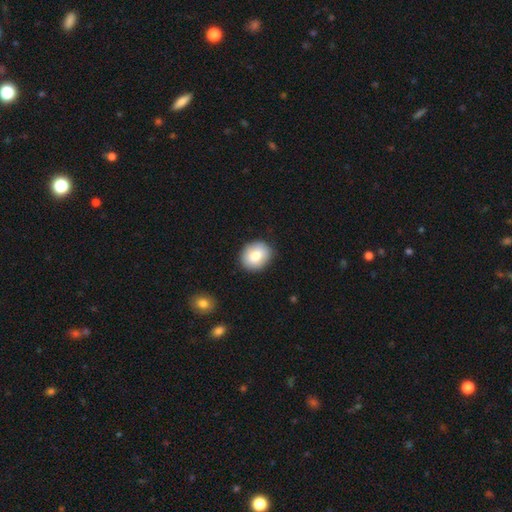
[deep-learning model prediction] Q: Smooth or featured?
A: smooth (81%); runner-up: featured or disk (12%)
Q: How rounded?
A: round (60%); runner-up: in between (39%)
Q: Merging?
A: none (88%); runner-up: minor disturbance (9%)